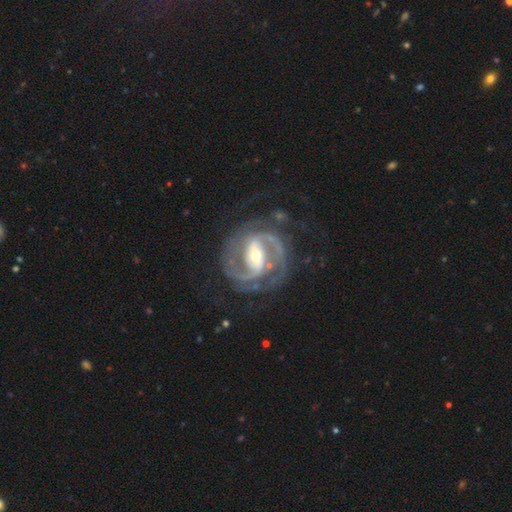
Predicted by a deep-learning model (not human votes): This appears to be a featured or disk galaxy (92%) with a strong bar (46%), 2 (84%) medium (52%) spiral arms (98%) and a moderate central bulge (55%). Merging: none (73%).